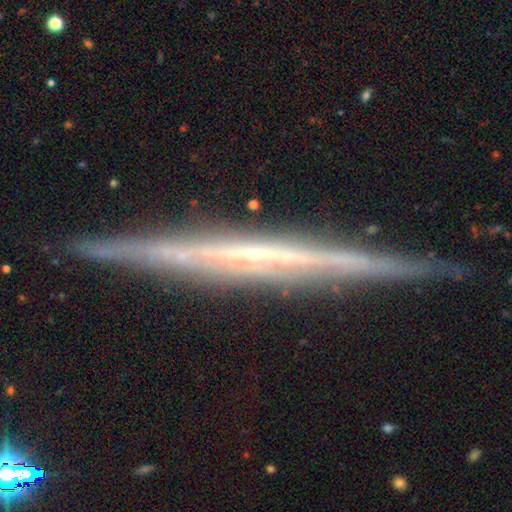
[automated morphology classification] Smooth or featured? Predicted: featured or disk (p=0.81). Edge-on disk? Predicted: yes (p=0.98). Edge-on bulge? Predicted: none (p=0.77). Merging? Predicted: none (p=0.90).